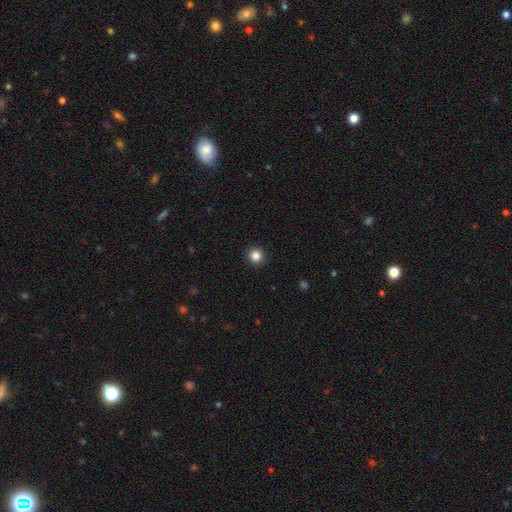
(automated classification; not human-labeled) A smooth galaxy with no disk features (85%) that is round (93%). Merging: none (92%).